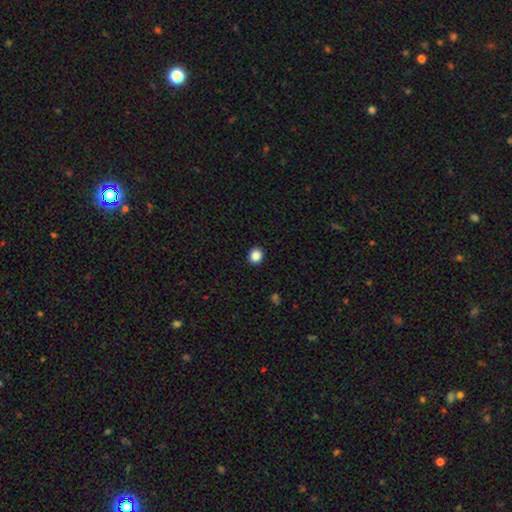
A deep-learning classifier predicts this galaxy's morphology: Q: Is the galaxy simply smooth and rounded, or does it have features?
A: smooth — 87%.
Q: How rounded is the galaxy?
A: round — 81%.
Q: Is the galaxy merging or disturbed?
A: none — 92%.